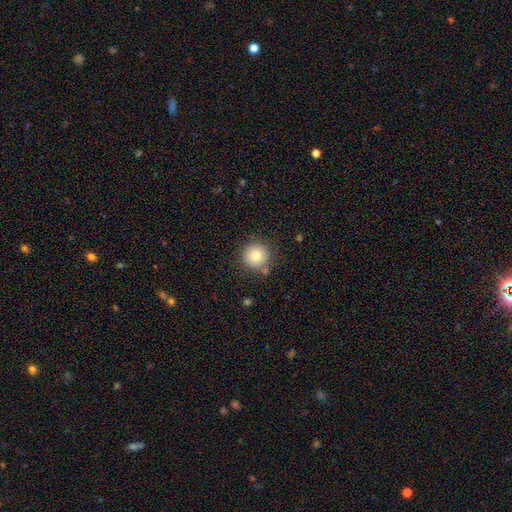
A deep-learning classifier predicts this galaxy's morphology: The model was most divided on "smooth or featured": smooth: 80%, featured or disk: 10%, star or artifact: 10%. More confident: how rounded — round (95%); merging — none (84%).